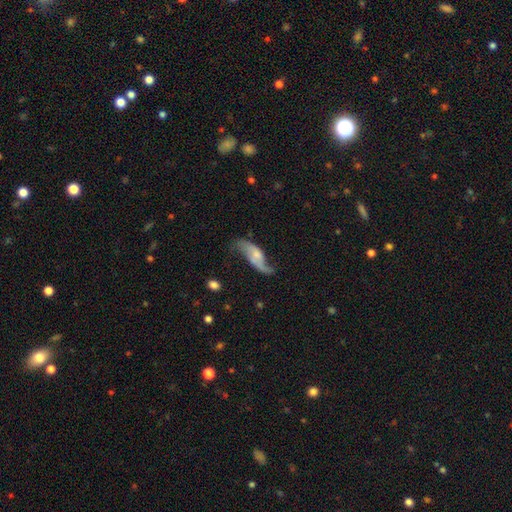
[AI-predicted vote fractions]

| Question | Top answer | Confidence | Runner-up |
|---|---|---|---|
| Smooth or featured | featured or disk | 71% | smooth (23%) |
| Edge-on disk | no | 89% | yes (11%) |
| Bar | no | 58% | weak (33%) |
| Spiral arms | yes | 88% | no (12%) |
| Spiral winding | loose | 82% | medium (14%) |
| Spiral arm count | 2 | 83% | 1 (9%) |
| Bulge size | small | 42% | moderate (36%) |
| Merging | none | 45% | minor disturbance (26%) |